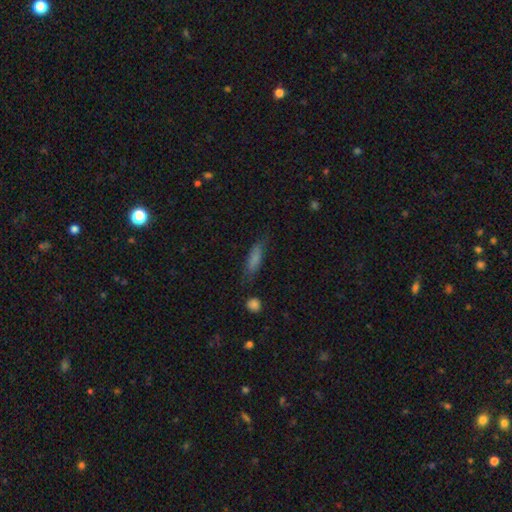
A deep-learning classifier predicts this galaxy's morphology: Smooth or featured?
  - smooth: 67% *
  - featured or disk: 19%
  - star or artifact: 13%
How rounded?
  - cigar-shaped: 66% *
  - in between: 31%
  - round: 3%
Merging?
  - none: 75% *
  - minor disturbance: 17%
  - major disturbance: 5%
  - merger: 2%